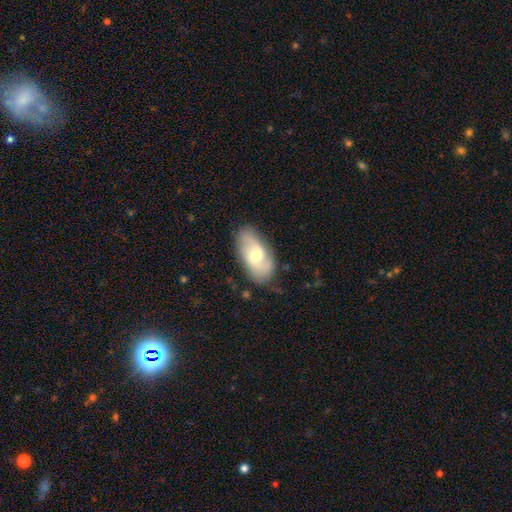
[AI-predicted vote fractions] A featured or disk galaxy (63%) with a weak bar (46%), spiral arms (86%) and a moderate central bulge (66%). Merging: none (76%).